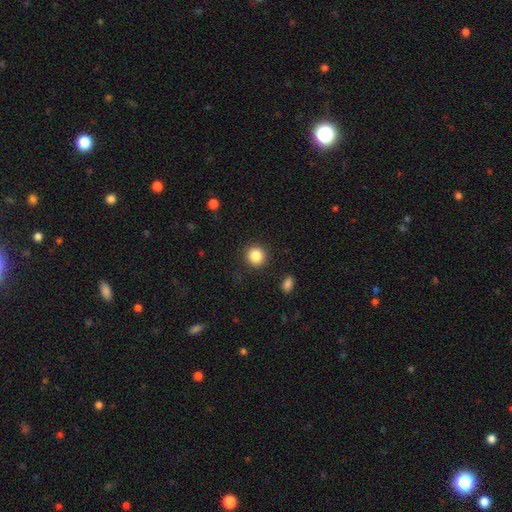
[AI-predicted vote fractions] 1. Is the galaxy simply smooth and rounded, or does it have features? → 86% smooth, 10% star or artifact, 4% featured or disk.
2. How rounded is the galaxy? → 91% round, 8% in between, 1% cigar-shaped.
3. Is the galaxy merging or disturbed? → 90% none, 6% minor disturbance, 2% major disturbance, 1% merger.